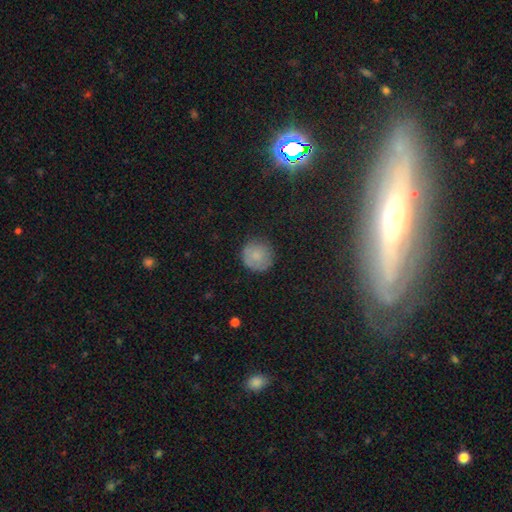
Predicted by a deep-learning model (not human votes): A smooth galaxy with no disk features (77%) that is round (94%). Merging: none (81%).